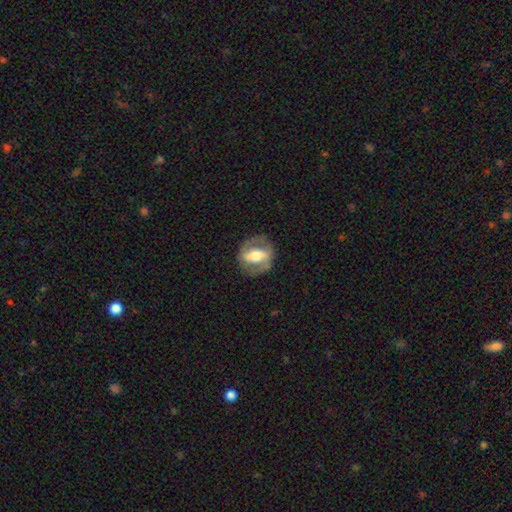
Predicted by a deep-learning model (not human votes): smooth-or-featured: featured or disk: 69% | smooth: 25% | star or artifact: 6%
  disk-edge-on: no: 92% | yes: 8%
    bar: strong: 55% | weak: 28% | no: 17%
    has-spiral-arms: yes: 61% | no: 39%
    bulge-size: moderate: 55% | large: 25% | small: 15% | dominant: 3% | none: 2%
  merging: none: 80% | minor disturbance: 12% | major disturbance: 7% | merger: 1%